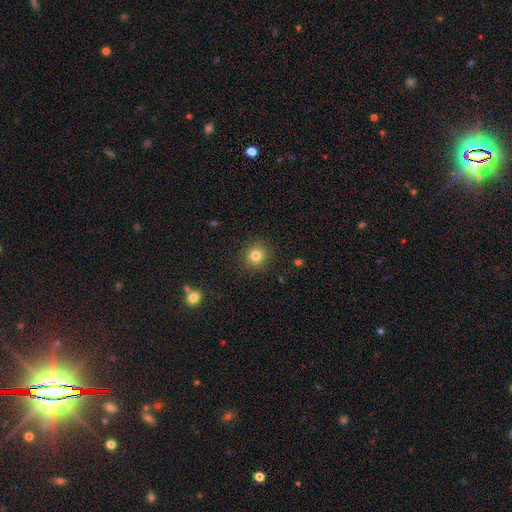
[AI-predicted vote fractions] Overall: smooth (81%). How rounded: round (92%). Merging: none (90%).